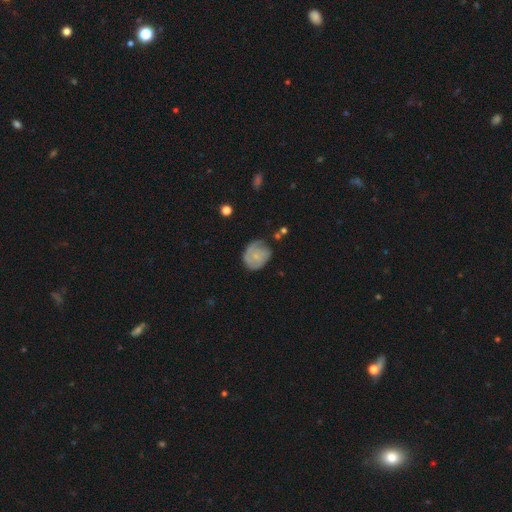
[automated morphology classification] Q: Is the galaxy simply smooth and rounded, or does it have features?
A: featured or disk — 49%.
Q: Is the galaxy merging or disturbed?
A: none — 51%.